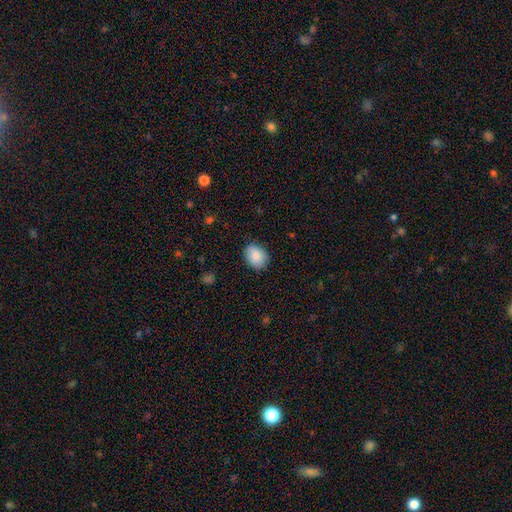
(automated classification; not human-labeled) Smooth or featured: smooth — 88% (star or artifact — 7%)
How rounded: in between — 60% (round — 39%)
Merging: none — 83% (minor disturbance — 14%)